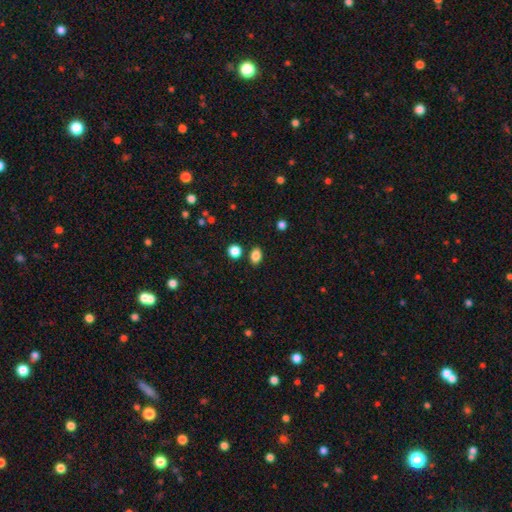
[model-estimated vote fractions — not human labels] Overall: smooth (85%). How rounded: in between (76%). Merging: none (83%).